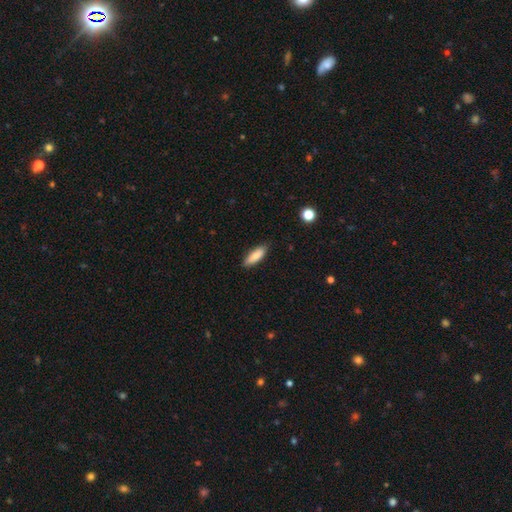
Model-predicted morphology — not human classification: type=smooth (84%); roundness=in between (53%); merging=none (84%).